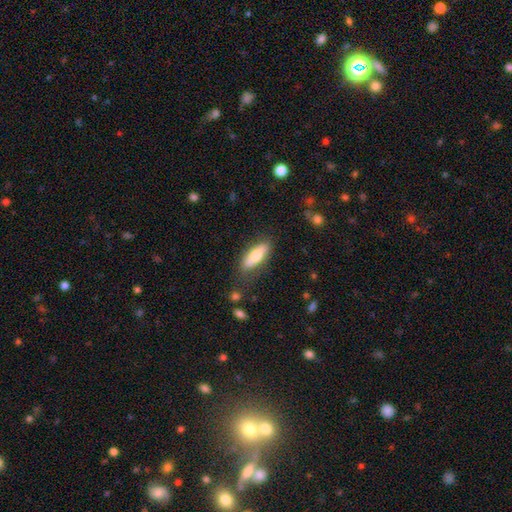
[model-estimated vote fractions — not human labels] Smooth or featured?
  - smooth: 68% *
  - featured or disk: 26%
  - star or artifact: 6%
How rounded?
  - in between: 67% *
  - cigar-shaped: 31%
  - round: 2%
Merging?
  - none: 77% *
  - minor disturbance: 16%
  - major disturbance: 5%
  - merger: 3%